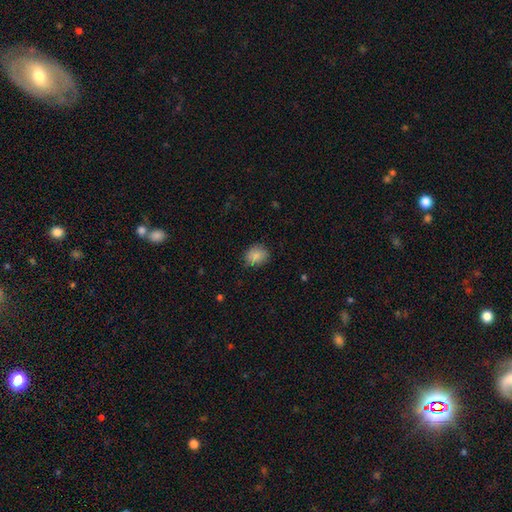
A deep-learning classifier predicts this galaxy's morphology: Smooth or featured: smooth — 86% (star or artifact — 8%)
How rounded: round — 58% (in between — 41%)
Merging: none — 76% (minor disturbance — 19%)